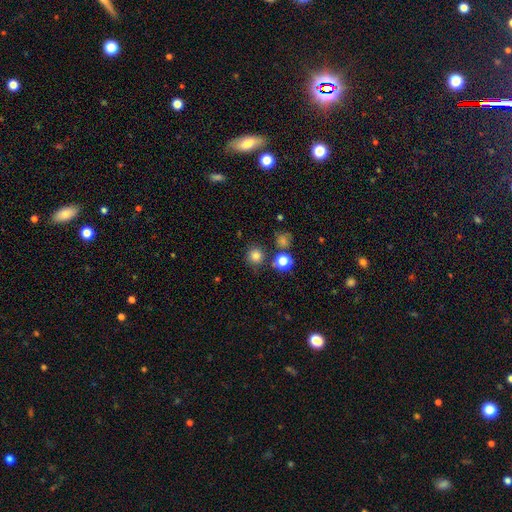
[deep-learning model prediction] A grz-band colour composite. It shows a smooth galaxy with no disk features (79%) that is round (92%). Merging: none (81%).